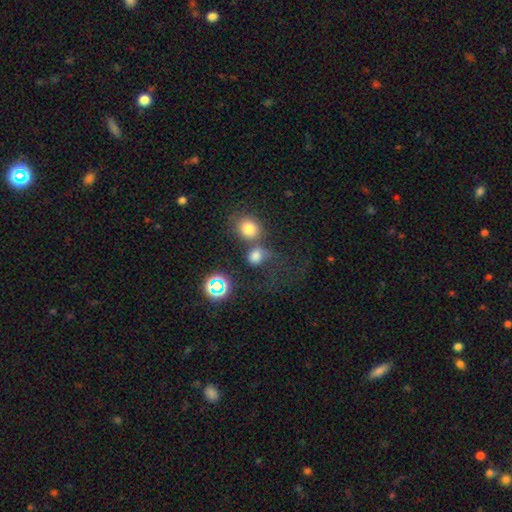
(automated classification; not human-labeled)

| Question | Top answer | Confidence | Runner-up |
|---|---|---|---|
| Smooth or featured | smooth | 71% | star or artifact (19%) |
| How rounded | round | 68% | in between (30%) |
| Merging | merger | 44% | none (34%) |